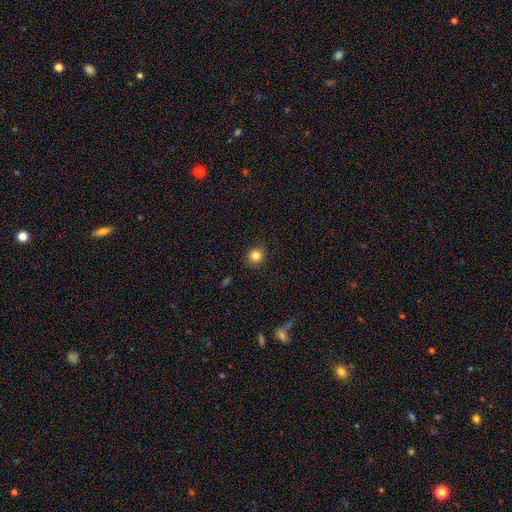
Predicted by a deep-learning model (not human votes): Overall: smooth (82%). How rounded: round (89%). Merging: none (88%).